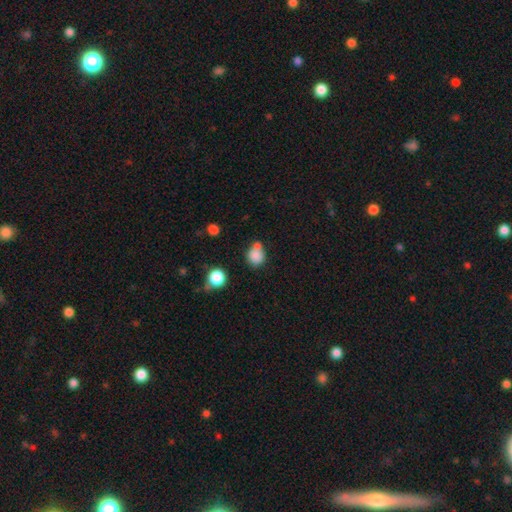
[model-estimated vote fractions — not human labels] The model was most divided on "merging": none: 48%, merger: 32%, minor disturbance: 15%, major disturbance: 5%. More confident: smooth or featured — smooth (82%); how rounded — round (77%).